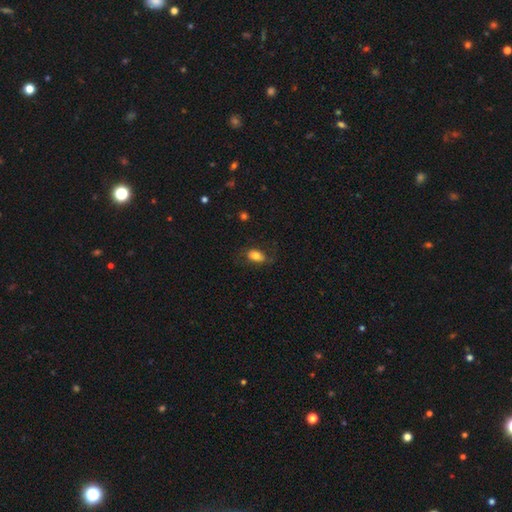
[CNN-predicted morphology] smooth_or_featured: smooth (p=0.79) [alt: featured or disk p=0.13]
how_rounded: in between (p=0.87) [alt: round p=0.10]
merging: none (p=0.73) [alt: minor disturbance p=0.18]